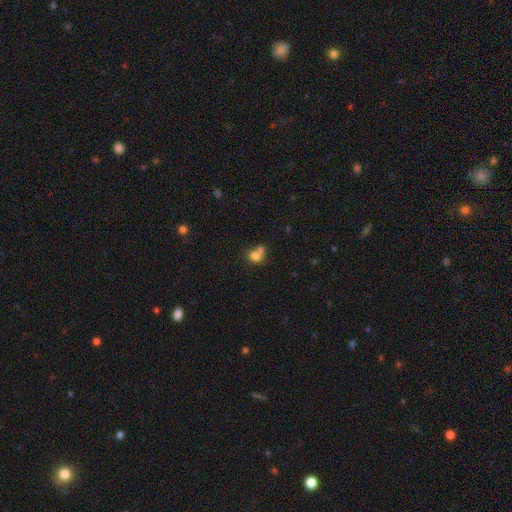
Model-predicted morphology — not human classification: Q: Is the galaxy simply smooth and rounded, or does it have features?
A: smooth — 75%.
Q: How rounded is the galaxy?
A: round — 65%.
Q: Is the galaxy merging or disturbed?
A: merger — 53%.